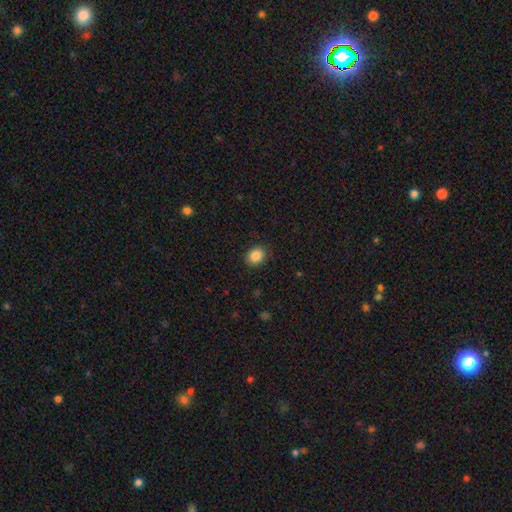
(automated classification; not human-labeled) Overall: smooth (87%). How rounded: round (60%; in between 39%). Merging: none (88%).